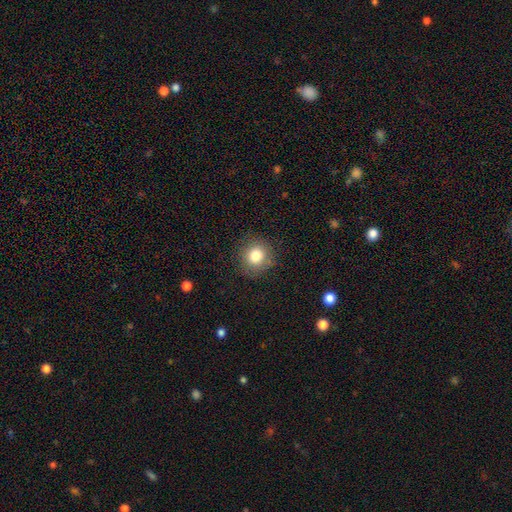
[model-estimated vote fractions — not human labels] Smooth or featured? Predicted: smooth (p=0.81). How rounded? Predicted: round (p=0.86). Merging? Predicted: none (p=0.85).